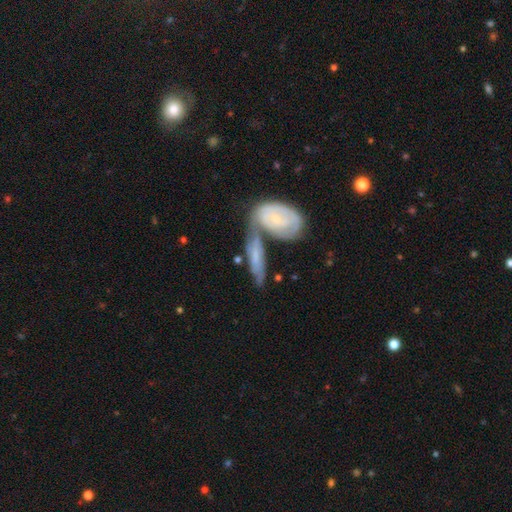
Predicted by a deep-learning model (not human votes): Q: Smooth or featured?
A: featured or disk (57%); runner-up: smooth (37%)
Q: Edge-on disk?
A: no (78%); runner-up: yes (22%)
Q: Merging?
A: merger (52%); runner-up: none (28%)